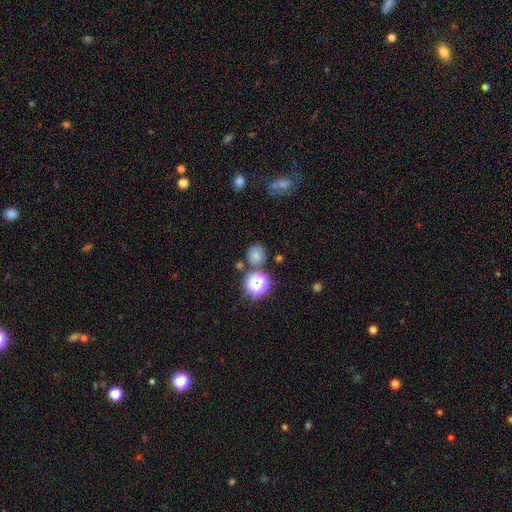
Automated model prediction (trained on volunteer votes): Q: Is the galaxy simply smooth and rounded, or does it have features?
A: smooth — 70%.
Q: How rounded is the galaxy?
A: round — 84%.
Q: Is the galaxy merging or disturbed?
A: none — 72%.